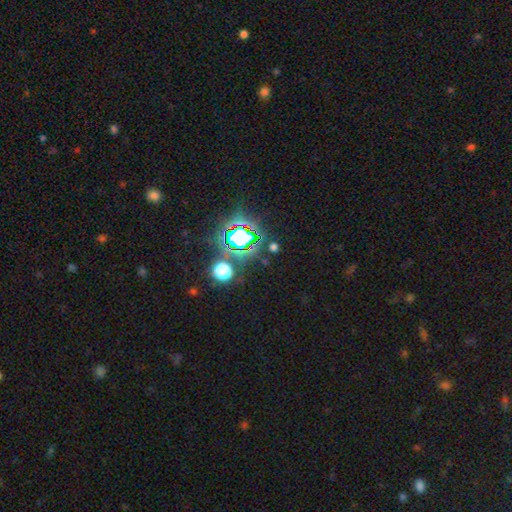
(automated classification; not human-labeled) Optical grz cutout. It shows a star or artifact, not a galaxy (79%).